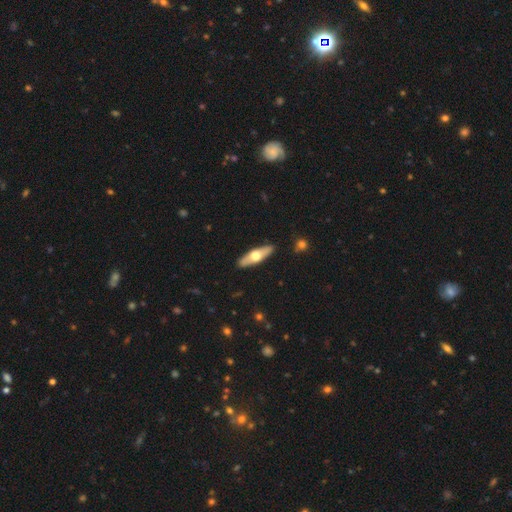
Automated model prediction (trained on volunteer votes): This appears to be a featured or disk galaxy (49%). Merging: none (89%).